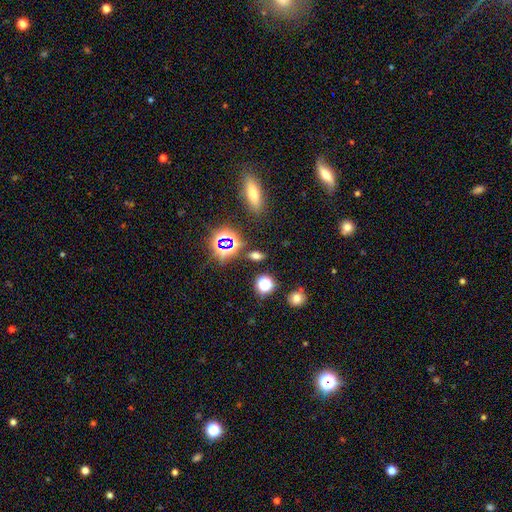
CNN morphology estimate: The model was most divided on "smooth or featured": smooth: 52%, star or artifact: 37%, featured or disk: 11%. More confident: merging — none (83%); how rounded — in between (65%).